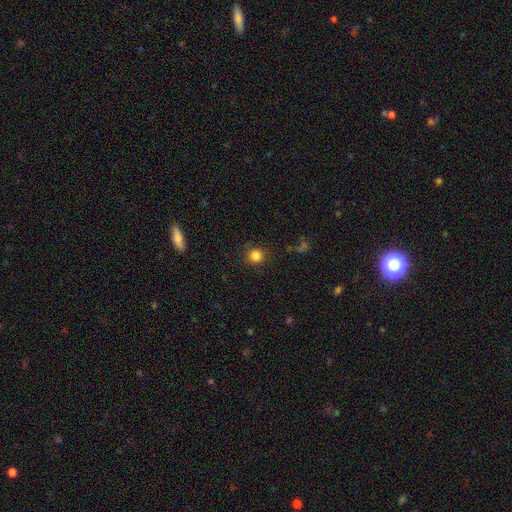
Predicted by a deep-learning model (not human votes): This appears to be a smooth galaxy with no disk features (84%) that is round (93%). Merging: none (88%).